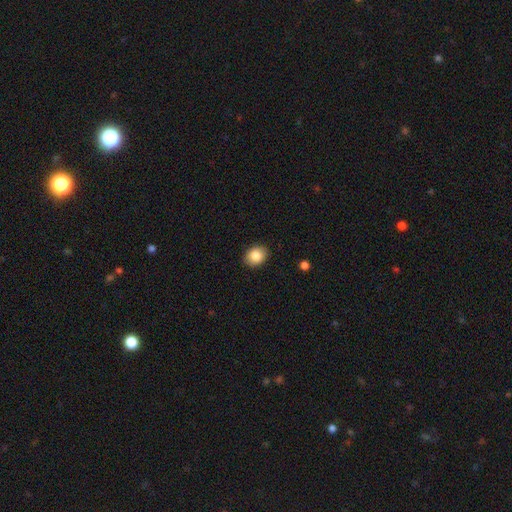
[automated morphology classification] Smooth or featured: smooth — 86% (star or artifact — 8%)
How rounded: in between — 58% (round — 41%)
Merging: none — 88% (minor disturbance — 9%)